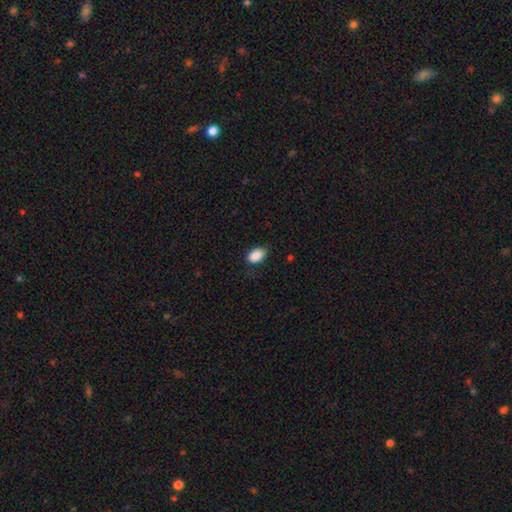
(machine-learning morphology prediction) Smooth or featured?
  - smooth: 89% *
  - star or artifact: 8%
  - featured or disk: 4%
How rounded?
  - in between: 85% *
  - round: 14%
  - cigar-shaped: 1%
Merging?
  - none: 81% *
  - minor disturbance: 16%
  - major disturbance: 3%
  - merger: 1%